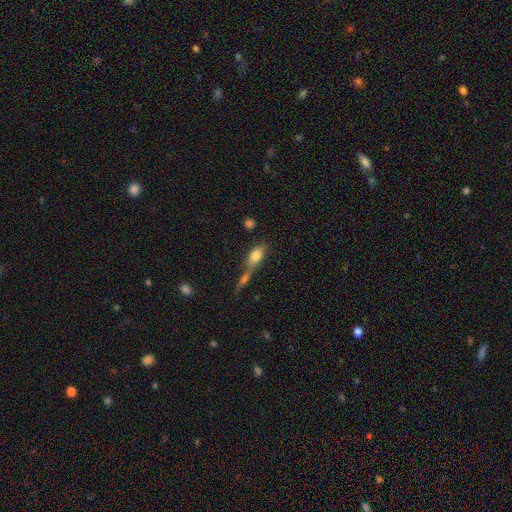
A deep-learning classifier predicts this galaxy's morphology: This is likely a smooth galaxy (74%). How rounded: likely in between (76%). Merging: possibly merger (55%).